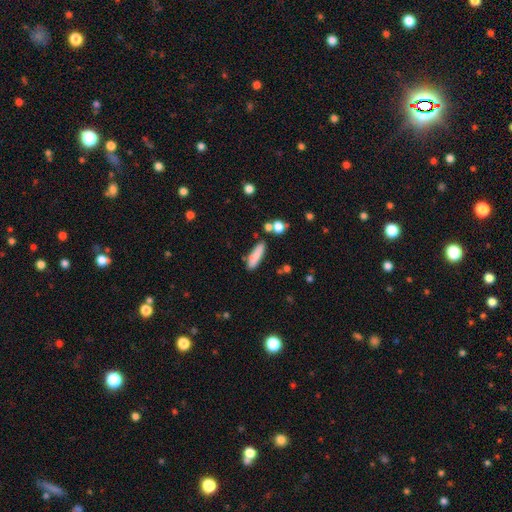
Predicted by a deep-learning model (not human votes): Morphology: type=smooth (82%); roundness=cigar-shaped (67%); merging=none (74%).